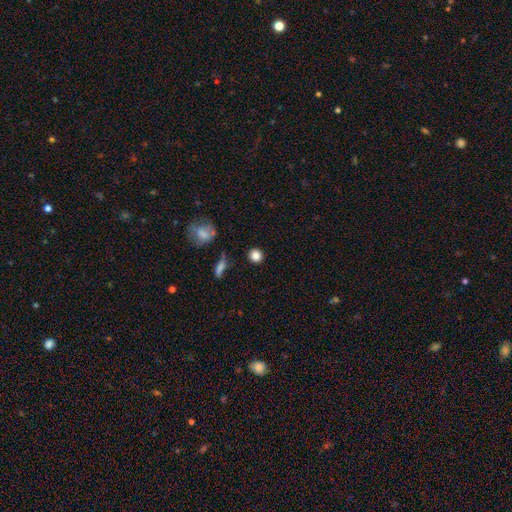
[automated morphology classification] Smooth or featured: smooth — 84% (star or artifact — 11%)
How rounded: round — 90% (in between — 8%)
Merging: none — 88% (minor disturbance — 7%)